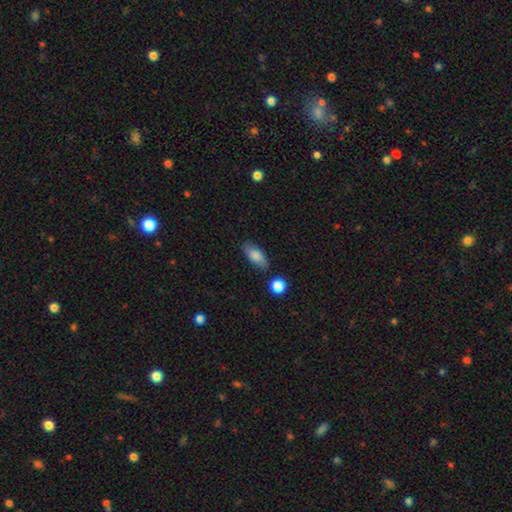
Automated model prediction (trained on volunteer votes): smooth_or_featured: smooth (p=0.83) [alt: featured or disk p=0.10]
how_rounded: in between (p=0.85) [alt: cigar-shaped p=0.11]
merging: none (p=0.78) [alt: minor disturbance p=0.14]